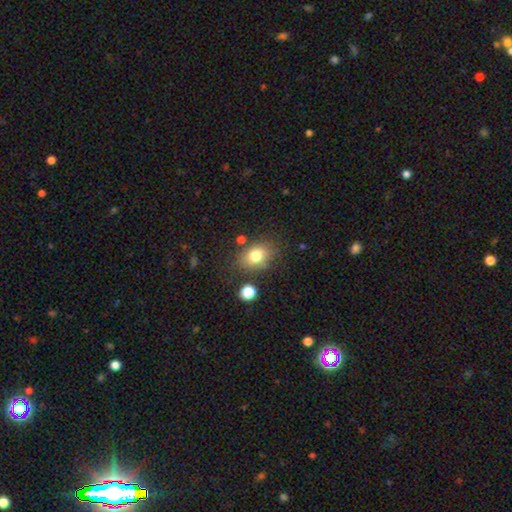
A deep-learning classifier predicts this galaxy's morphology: A smooth galaxy with no disk features (78%) that is in between round and cigar-shaped (69%). Merging: none (74%).